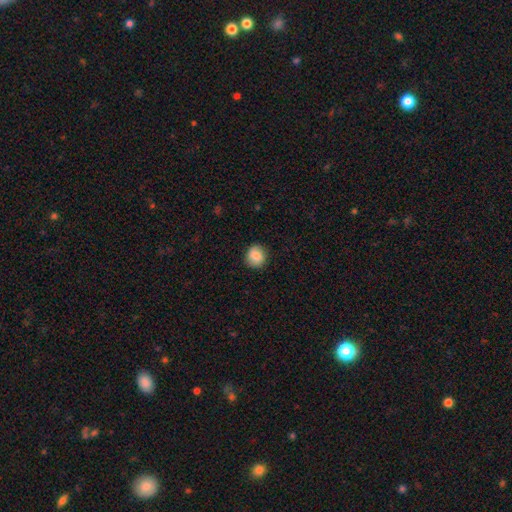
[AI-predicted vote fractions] Smooth or featured? Predicted: smooth (p=0.85). How rounded? Predicted: round (p=0.87). Merging? Predicted: none (p=0.88).